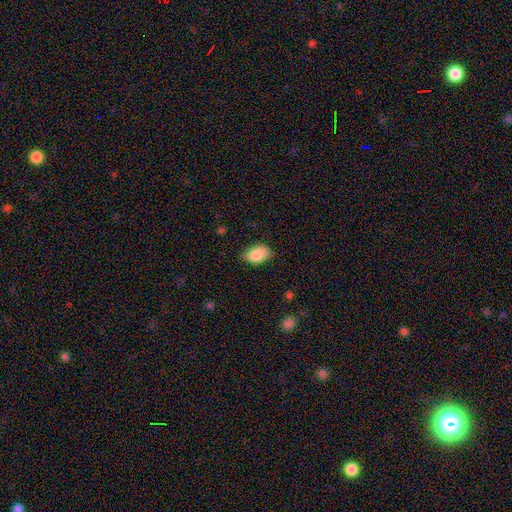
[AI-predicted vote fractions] Smooth or featured? smooth (87%)
How rounded? in between (89%)
Merging? none (67%)